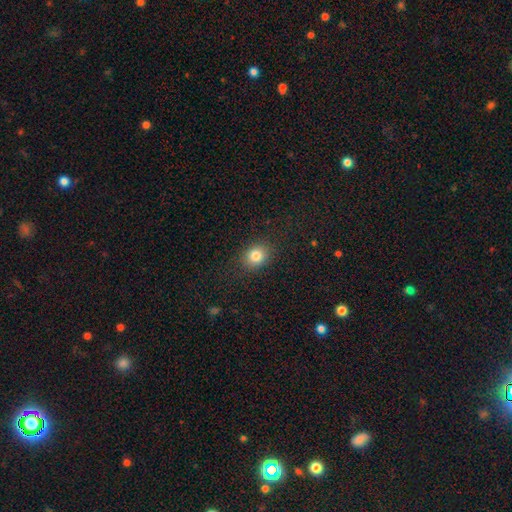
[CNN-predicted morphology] Q: Smooth or featured?
A: smooth (82%); runner-up: star or artifact (11%)
Q: How rounded?
A: round (53%); runner-up: in between (46%)
Q: Merging?
A: none (85%); runner-up: minor disturbance (10%)